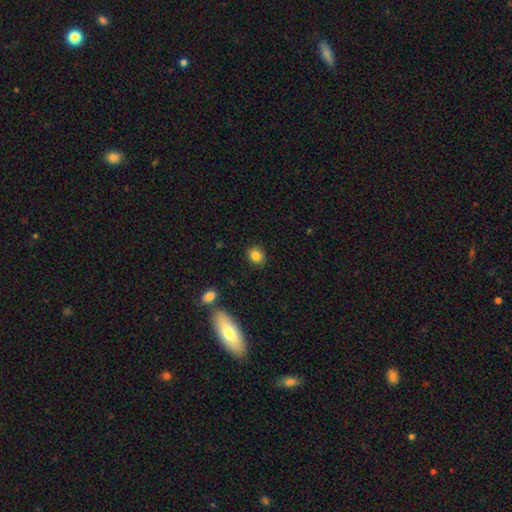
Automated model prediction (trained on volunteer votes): A smooth galaxy with no disk features (84%) that is round (59%). Merging: none (88%).